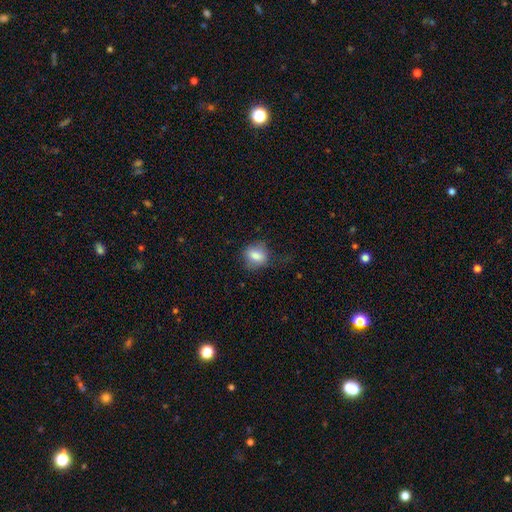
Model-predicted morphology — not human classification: Overall: smooth (80%). How rounded: round (50%; in between 48%). Merging: none (64%; minor disturbance 24%).